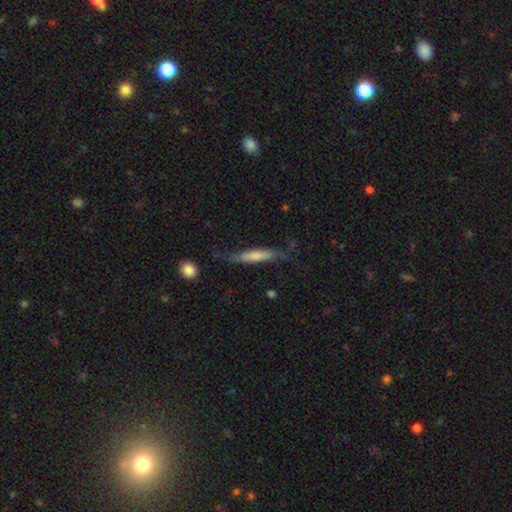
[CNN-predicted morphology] smooth_or_featured: smooth (p=0.56) [alt: featured or disk p=0.38]
how_rounded: cigar-shaped (p=0.86) [alt: in between p=0.12]
merging: none (p=0.62) [alt: minor disturbance p=0.25]